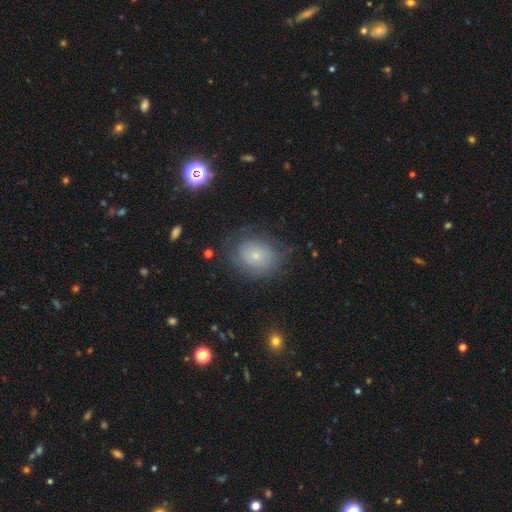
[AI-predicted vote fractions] This is likely a smooth galaxy (64%). How rounded: possibly round (57%). Merging: likely none (72%).